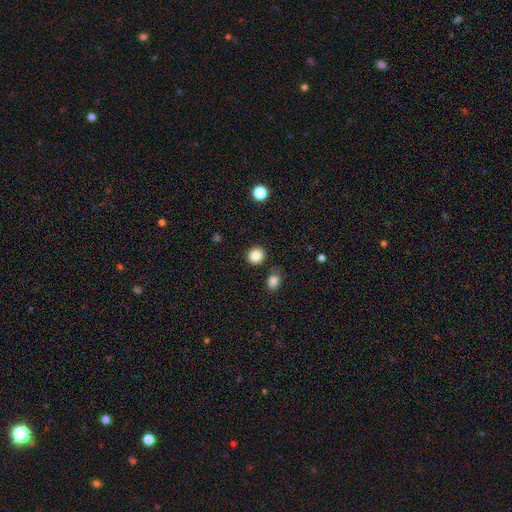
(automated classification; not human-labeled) This appears to be a smooth galaxy with no disk features (87%) that is round (86%). Merging: none (84%).